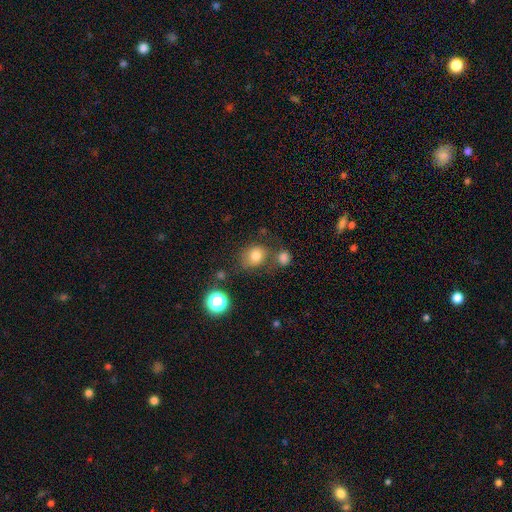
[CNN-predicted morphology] A smooth galaxy with no disk features (78%) that is round (59%).

Vote fractions:
- Smooth or featured? smooth: 78% / star or artifact: 12% / featured or disk: 10%
- How rounded? round: 59% / in between: 40% / cigar-shaped: 1%
- Merging? none: 54% / minor disturbance: 21% / merger: 16% / major disturbance: 10%